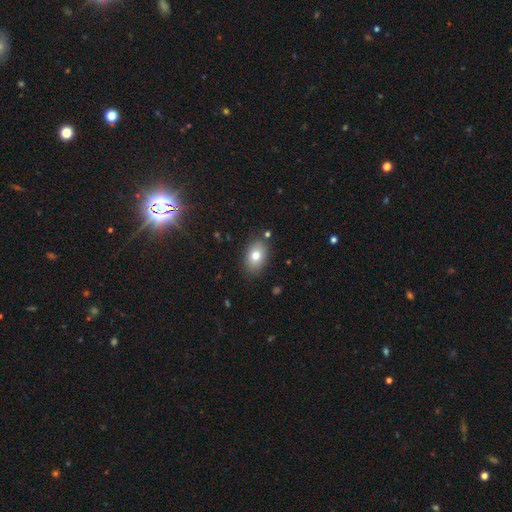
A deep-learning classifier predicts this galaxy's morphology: Smooth or featured? smooth (77%)
How rounded? in between (85%)
Merging? none (84%)